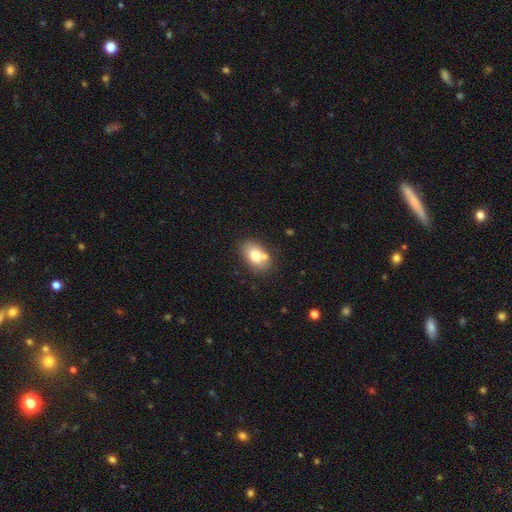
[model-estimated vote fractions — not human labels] smooth-or-featured: smooth: 75% | featured or disk: 17% | star or artifact: 9%
  how-rounded: in between: 82% | round: 17% | cigar-shaped: 1%
  merging: none: 66% | minor disturbance: 16% | merger: 15% | major disturbance: 4%